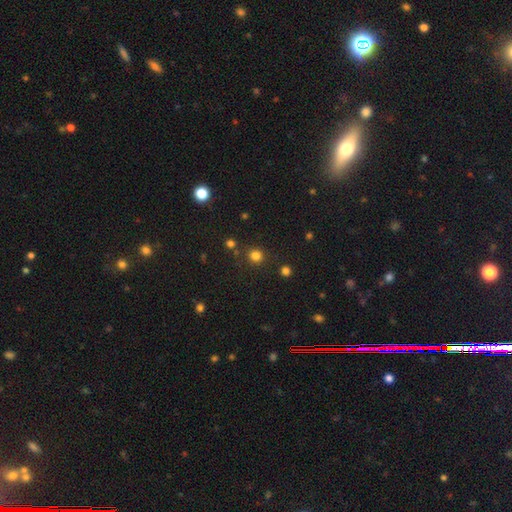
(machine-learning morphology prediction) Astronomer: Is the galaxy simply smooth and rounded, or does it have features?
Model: smooth — 79%.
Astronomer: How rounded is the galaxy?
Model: round — 92%.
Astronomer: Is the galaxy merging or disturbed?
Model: none — 84%.